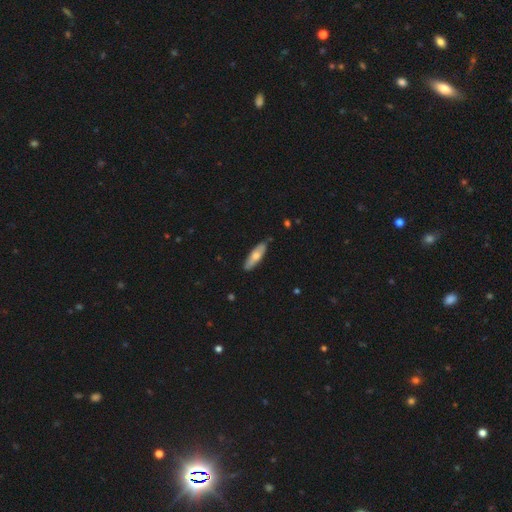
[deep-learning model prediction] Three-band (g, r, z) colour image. It shows a smooth galaxy with no disk features (61%) that is cigar-shaped (55%). Merging: none (85%).